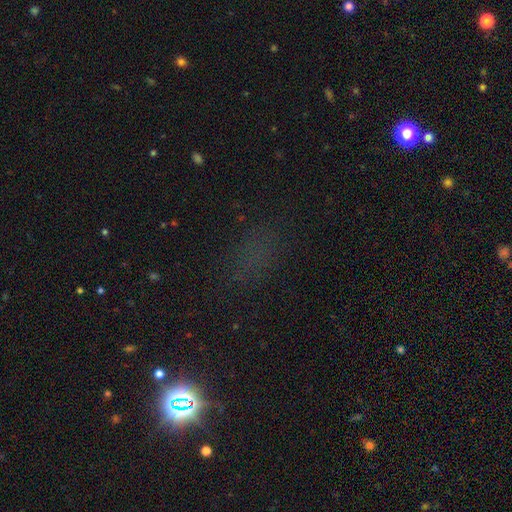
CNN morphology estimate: Smooth or featured? star or artifact (52%)